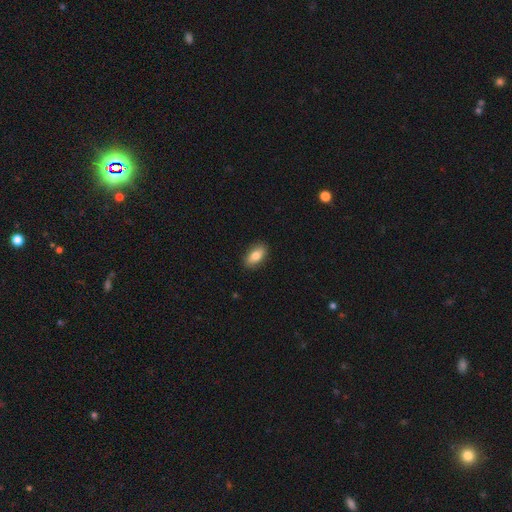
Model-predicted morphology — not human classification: Smooth or featured? Predicted: smooth (p=0.79). How rounded? Predicted: in between (p=0.88). Merging? Predicted: none (p=0.87).